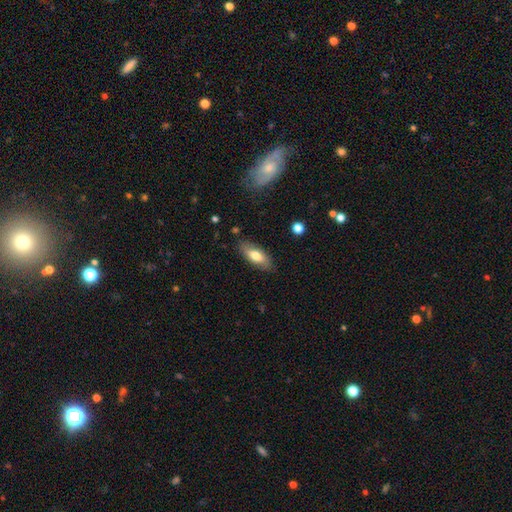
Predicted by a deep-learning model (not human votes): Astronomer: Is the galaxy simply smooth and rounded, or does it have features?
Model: smooth — 73%.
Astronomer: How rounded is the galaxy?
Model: in between — 80%.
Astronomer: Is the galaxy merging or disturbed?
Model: none — 83%.